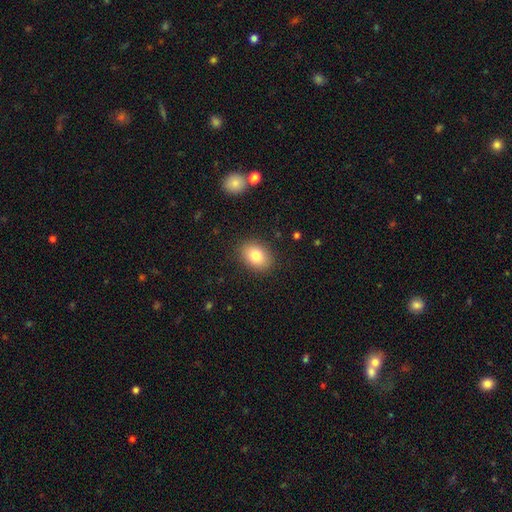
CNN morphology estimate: Smooth or featured? smooth (81%)
How rounded? in between (70%)
Merging? none (88%)